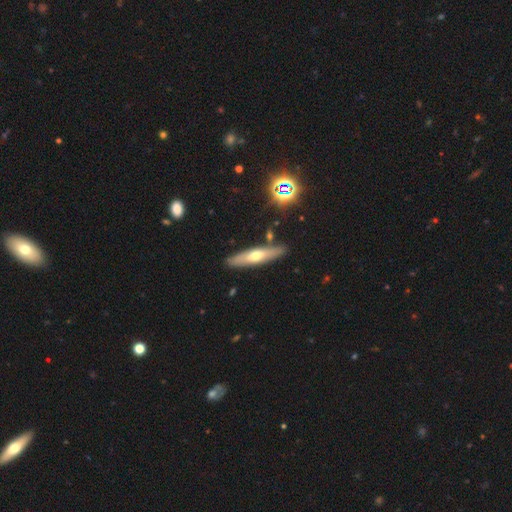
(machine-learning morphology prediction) Smooth or featured: featured or disk — 47% (smooth — 46%)
Merging: none — 85% (minor disturbance — 10%)